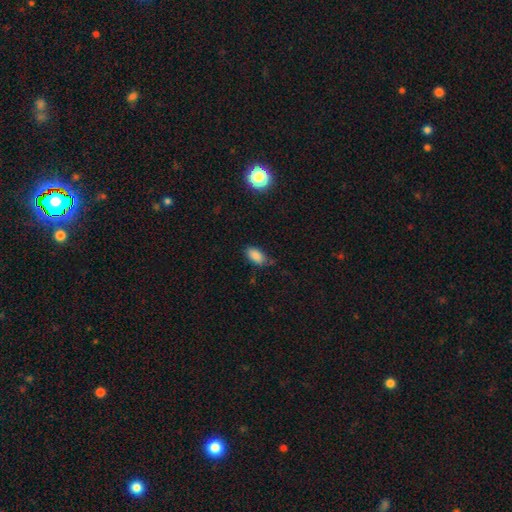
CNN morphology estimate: A smooth galaxy with no disk features (86%) that is in between round and cigar-shaped (92%).

Vote fractions:
- Smooth or featured? smooth: 86% / star or artifact: 9% / featured or disk: 5%
- How rounded? in between: 92% / round: 4% / cigar-shaped: 3%
- Merging? none: 72% / minor disturbance: 22% / major disturbance: 4% / merger: 2%